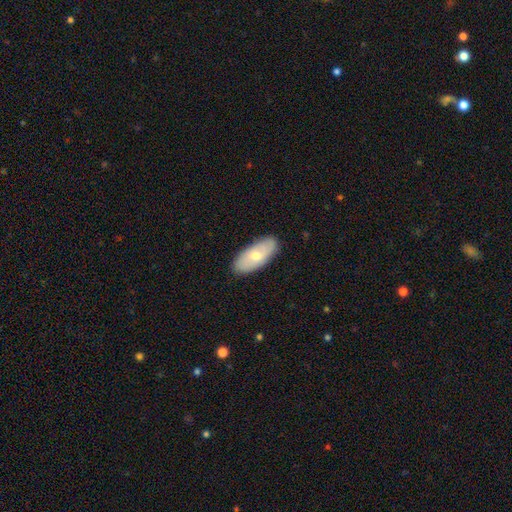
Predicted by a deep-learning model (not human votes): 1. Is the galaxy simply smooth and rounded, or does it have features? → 65% smooth, 29% featured or disk, 6% star or artifact.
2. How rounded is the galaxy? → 88% in between, 10% cigar-shaped, 2% round.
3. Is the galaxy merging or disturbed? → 87% none, 10% minor disturbance, 2% major disturbance, 1% merger.